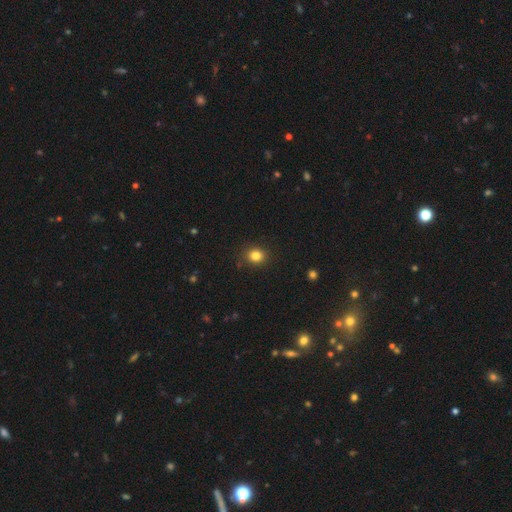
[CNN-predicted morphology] This is clearly a smooth galaxy (83%). How rounded: likely round (76%). Merging: clearly none (88%).